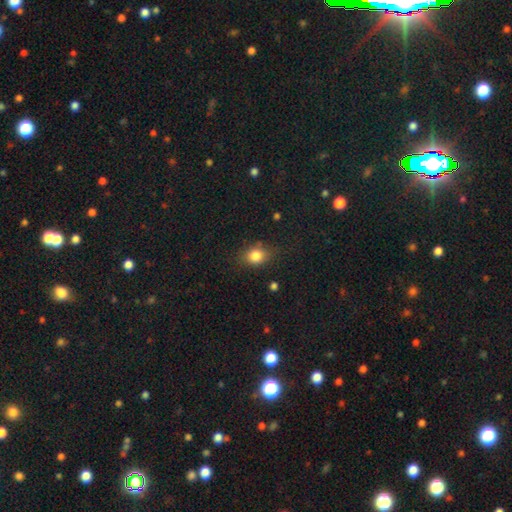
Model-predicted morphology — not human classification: Overall: smooth (82%). How rounded: round (50%; in between 49%). Merging: none (72%).